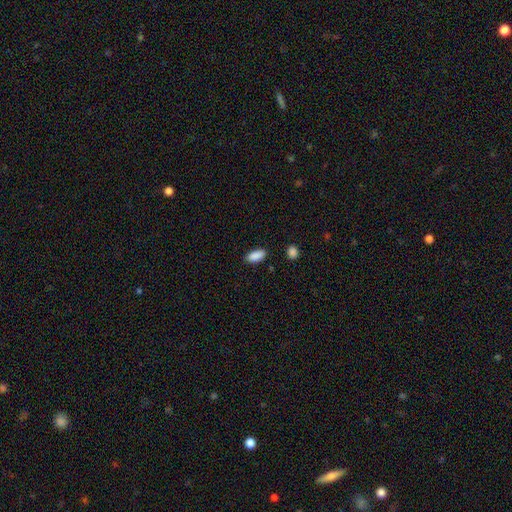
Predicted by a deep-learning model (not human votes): Overall: smooth (90%). How rounded: in between (89%). Merging: none (86%).